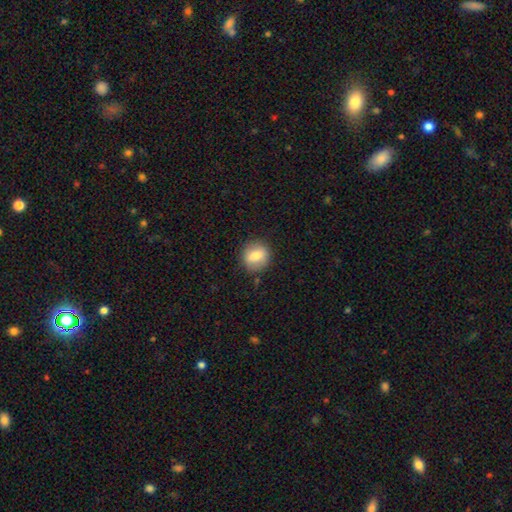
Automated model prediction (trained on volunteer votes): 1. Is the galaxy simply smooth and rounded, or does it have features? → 74% smooth, 17% featured or disk, 8% star or artifact.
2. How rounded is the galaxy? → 83% round, 16% in between, 1% cigar-shaped.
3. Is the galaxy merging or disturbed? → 84% none, 11% minor disturbance, 3% major disturbance, 2% merger.